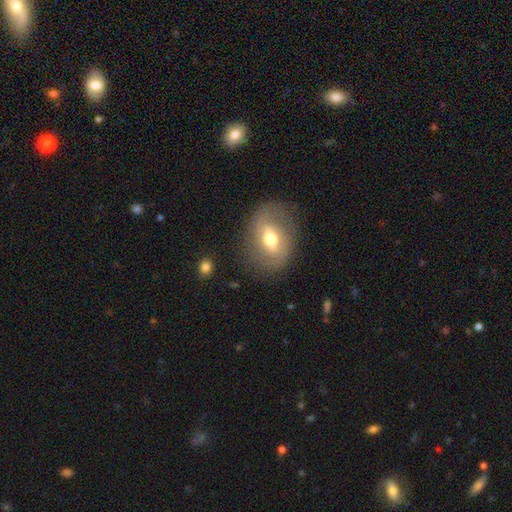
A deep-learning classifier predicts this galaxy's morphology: Smooth or featured: featured or disk — 45% (smooth — 38%)
Merging: none — 81% (minor disturbance — 12%)